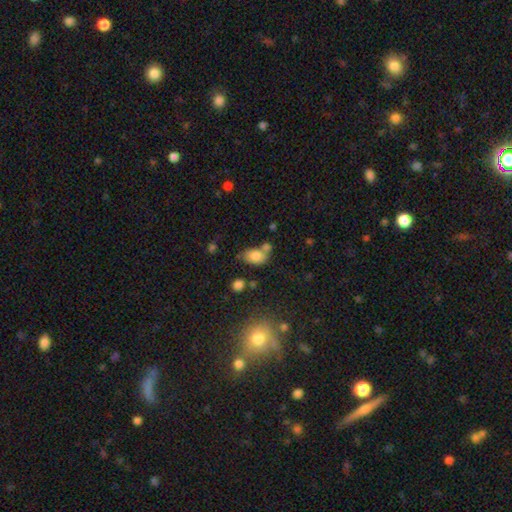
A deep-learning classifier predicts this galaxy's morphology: Smooth or featured: smooth — 81% (star or artifact — 10%)
How rounded: in between — 81% (round — 17%)
Merging: none — 48% (merger — 26%)